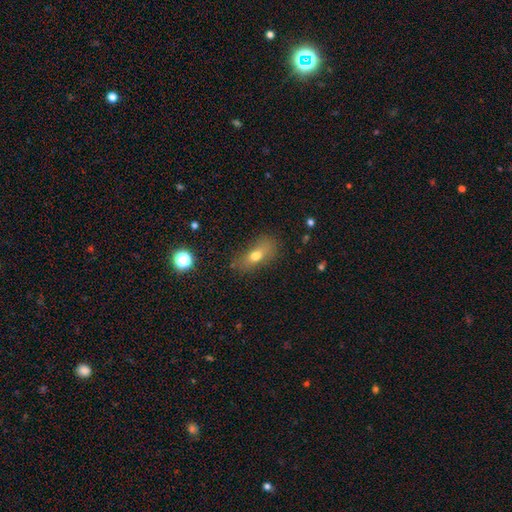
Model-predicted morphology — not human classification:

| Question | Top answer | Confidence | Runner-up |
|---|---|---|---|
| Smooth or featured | smooth | 67% | featured or disk (20%) |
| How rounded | in between | 73% | cigar-shaped (16%) |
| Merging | none | 64% | minor disturbance (22%) |